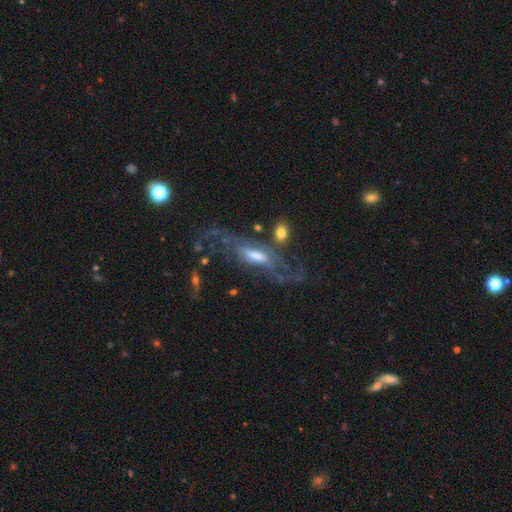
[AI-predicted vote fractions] Q: Smooth or featured?
A: featured or disk (76%); runner-up: smooth (16%)
Q: Edge-on disk?
A: no (76%); runner-up: yes (24%)
Q: Bar?
A: weak (42%); runner-up: no (38%)
Q: Spiral arms?
A: yes (80%); runner-up: no (20%)
Q: Bulge size?
A: moderate (53%); runner-up: small (22%)
Q: Merging?
A: none (47%); runner-up: major disturbance (25%)